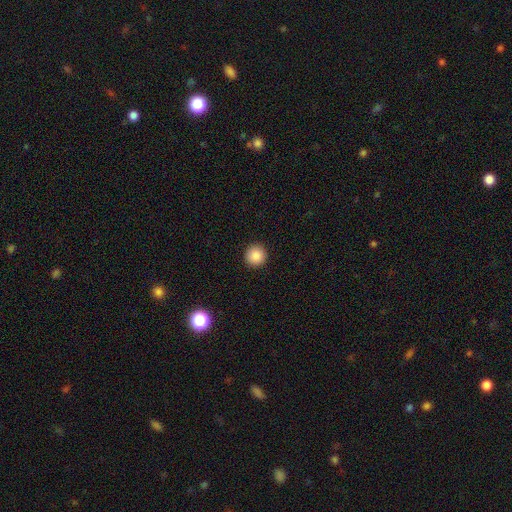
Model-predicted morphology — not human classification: This appears to be a smooth galaxy with no disk features (88%) that is round (96%). Merging: none (93%).